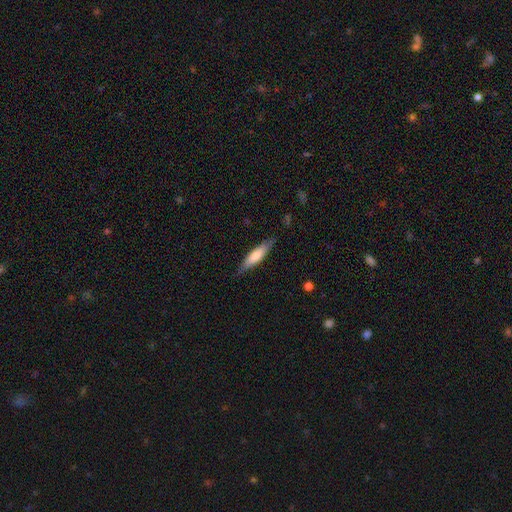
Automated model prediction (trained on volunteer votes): Q: Smooth or featured?
A: smooth (67%); runner-up: featured or disk (27%)
Q: How rounded?
A: cigar-shaped (72%); runner-up: in between (27%)
Q: Merging?
A: none (81%); runner-up: minor disturbance (15%)